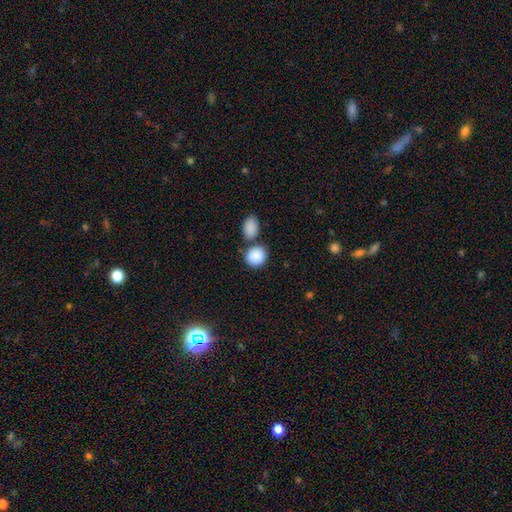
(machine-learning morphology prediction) A smooth galaxy with no disk features (89%) that is round (73%).

Vote fractions:
- Smooth or featured? smooth: 89% / star or artifact: 7% / featured or disk: 4%
- How rounded? round: 73% / in between: 26% / cigar-shaped: 1%
- Merging? none: 64% / merger: 22% / minor disturbance: 11% / major disturbance: 4%